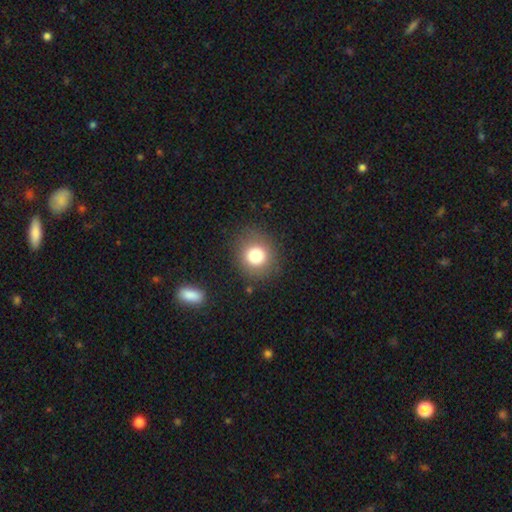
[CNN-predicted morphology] Smooth or featured? smooth (79%)
How rounded? round (87%)
Merging? none (84%)